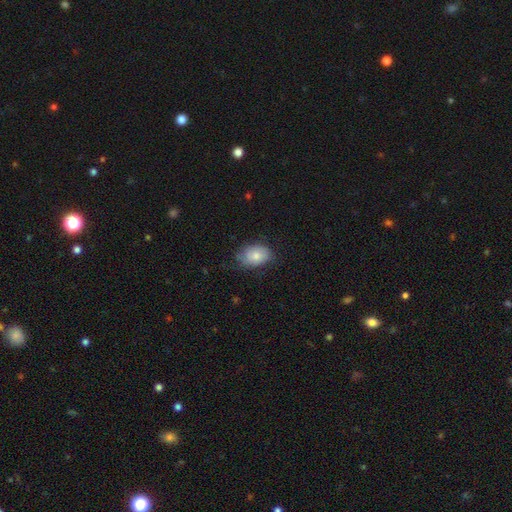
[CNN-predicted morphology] A smooth galaxy with no disk features (78%) that is in between round and cigar-shaped (84%).

Vote fractions:
- Smooth or featured? smooth: 78% / featured or disk: 15% / star or artifact: 7%
- How rounded? in between: 84% / round: 15% / cigar-shaped: 1%
- Merging? none: 65% / minor disturbance: 26% / major disturbance: 7% / merger: 1%